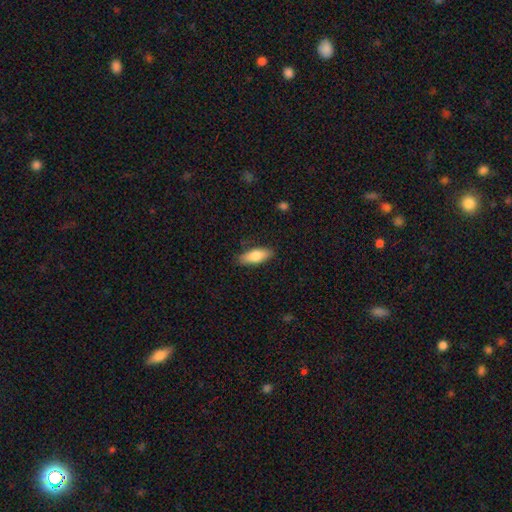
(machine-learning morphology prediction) This appears to be a smooth galaxy with no disk features (77%) that is in between round and cigar-shaped (70%). Merging: none (85%).